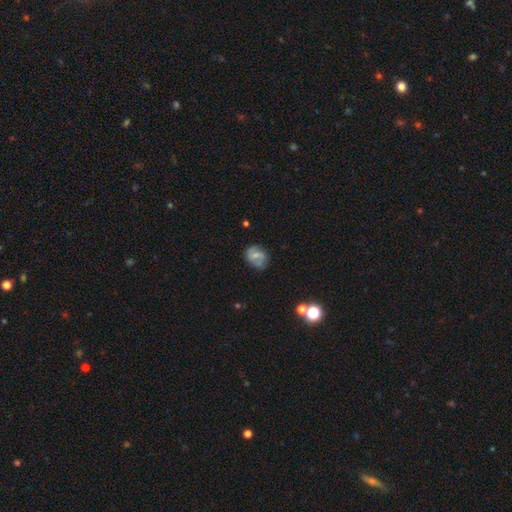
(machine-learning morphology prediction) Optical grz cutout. It shows a featured or disk galaxy (59%) with a weak bar (50%), spiral arms (79%) and a small central bulge (51%). Merging: none (68%).